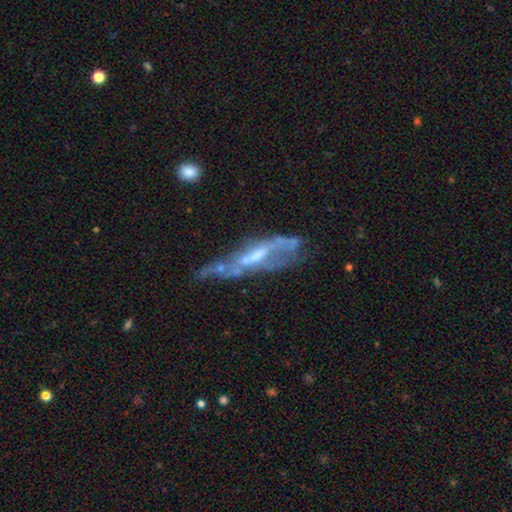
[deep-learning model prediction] Smooth or featured? Predicted: featured or disk (p=0.71). Edge-on disk? Predicted: no (p=0.68). Merging? Predicted: none (p=0.34).